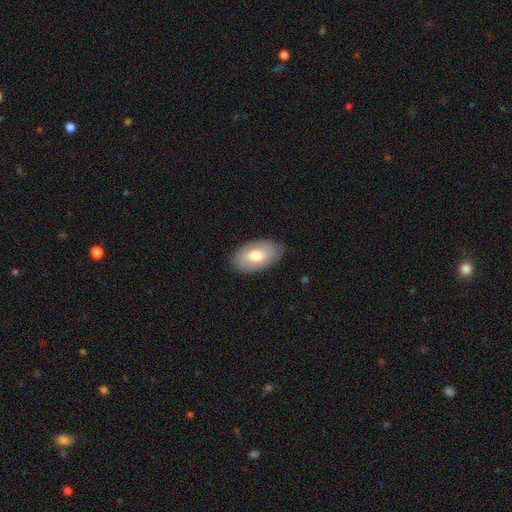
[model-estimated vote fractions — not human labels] This appears to be a smooth galaxy with no disk features (70%) that is in between round and cigar-shaped (93%). Merging: none (84%).